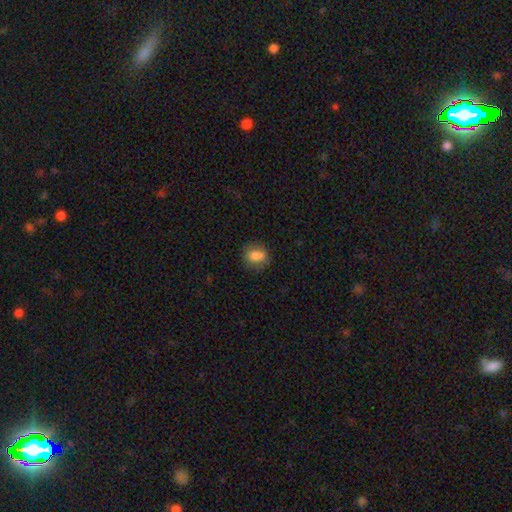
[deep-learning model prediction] Smooth or featured?
  - smooth: 78% *
  - featured or disk: 12%
  - star or artifact: 10%
How rounded?
  - round: 58% *
  - in between: 41%
  - cigar-shaped: 2%
Merging?
  - none: 65% *
  - minor disturbance: 21%
  - merger: 8%
  - major disturbance: 6%